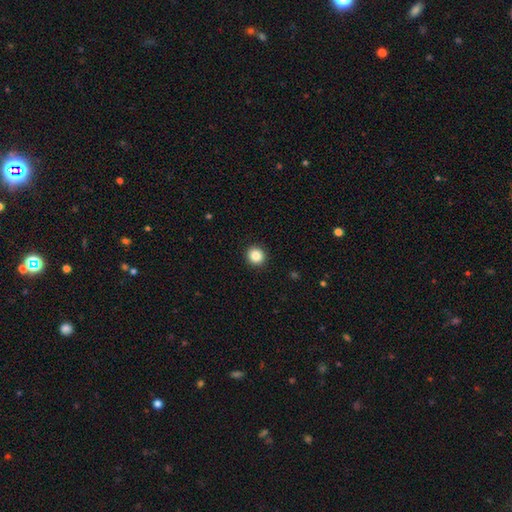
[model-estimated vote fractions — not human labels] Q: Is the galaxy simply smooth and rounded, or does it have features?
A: smooth — 86%.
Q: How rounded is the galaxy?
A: round — 92%.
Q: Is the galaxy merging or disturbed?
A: none — 93%.